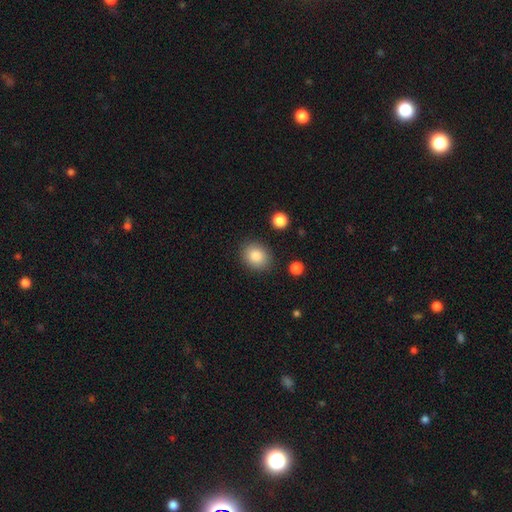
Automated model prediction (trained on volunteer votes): smooth 85%, star or artifact 8%, featured or disk 6%. Down the decision tree: how rounded — round (57%); merging — none (86%).